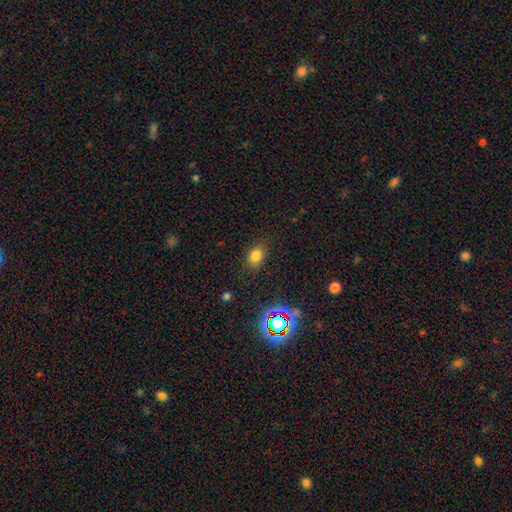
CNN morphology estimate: This appears to be a smooth galaxy with no disk features (77%) that is in between round and cigar-shaped (60%). Merging: none (81%).